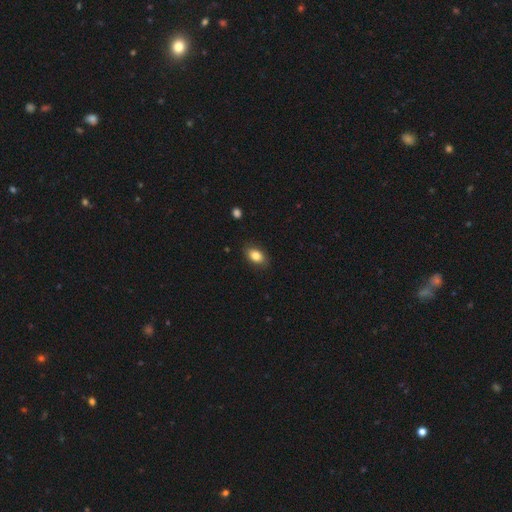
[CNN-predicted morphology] smooth 84%, featured or disk 9%, star or artifact 8%. Down the decision tree: how rounded — in between (86%); merging — none (86%).